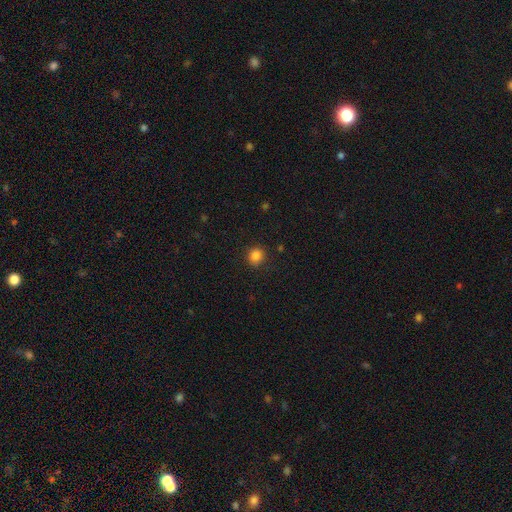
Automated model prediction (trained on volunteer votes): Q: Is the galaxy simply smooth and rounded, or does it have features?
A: smooth — 85%.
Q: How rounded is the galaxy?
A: round — 83%.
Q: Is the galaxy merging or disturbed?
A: none — 88%.